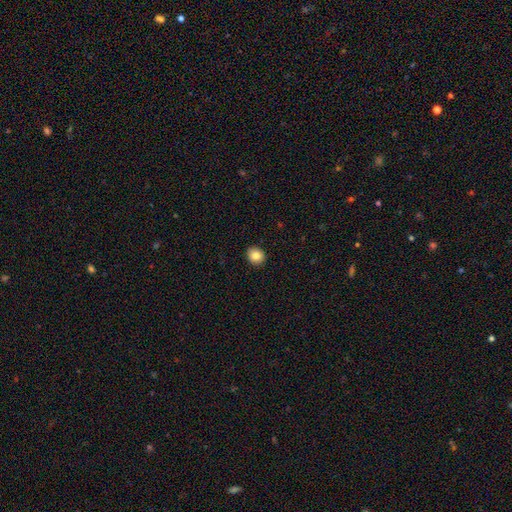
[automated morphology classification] Q: Smooth or featured?
A: smooth (85%); runner-up: star or artifact (9%)
Q: How rounded?
A: round (78%); runner-up: in between (21%)
Q: Merging?
A: none (92%); runner-up: minor disturbance (6%)